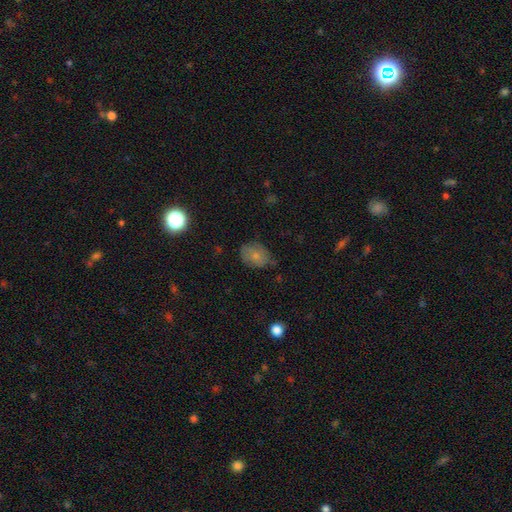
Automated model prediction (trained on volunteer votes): This is likely a smooth galaxy (75%). How rounded: likely in between (60%). Merging: likely none (66%).